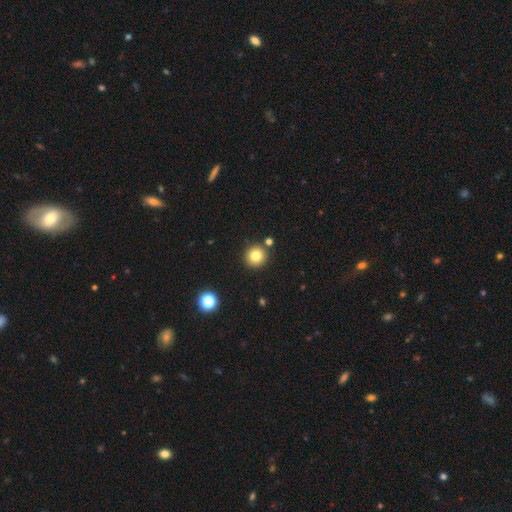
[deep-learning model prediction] smooth-or-featured: smooth: 80% | star or artifact: 12% | featured or disk: 7%
  how-rounded: round: 94% | in between: 6% | cigar-shaped: 1%
  merging: none: 87% | minor disturbance: 6% | merger: 5% | major disturbance: 2%